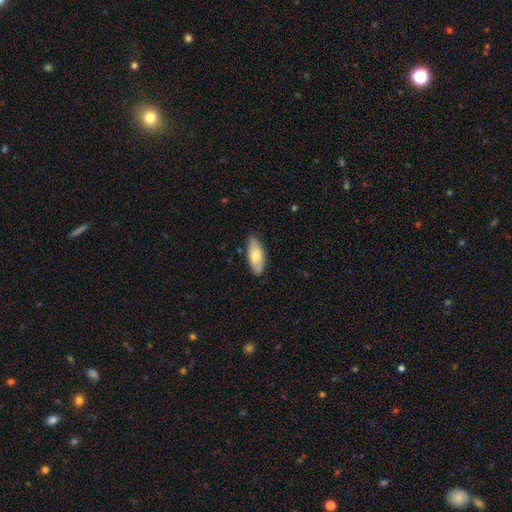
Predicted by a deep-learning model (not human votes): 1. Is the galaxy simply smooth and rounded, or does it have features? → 64% smooth, 30% featured or disk, 6% star or artifact.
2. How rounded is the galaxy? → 84% in between, 14% cigar-shaped, 2% round.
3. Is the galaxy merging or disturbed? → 84% none, 13% minor disturbance, 2% major disturbance, 1% merger.